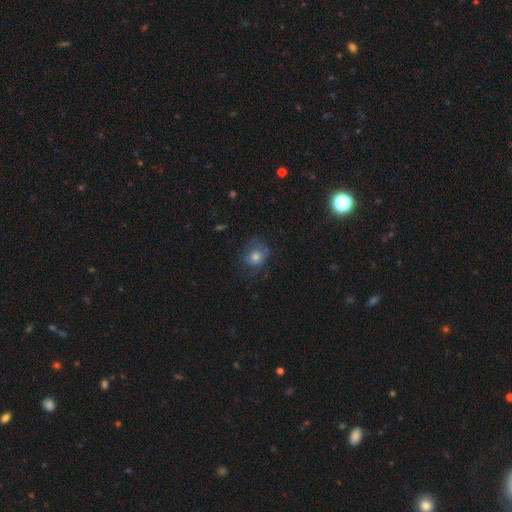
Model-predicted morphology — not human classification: This appears to be a smooth galaxy with no disk features (54%) that is round (72%). Merging: none (62%).